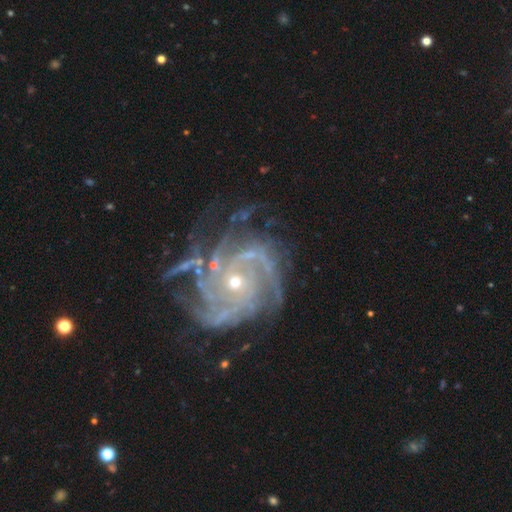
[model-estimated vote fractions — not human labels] smooth-or-featured: featured or disk: 91% | star or artifact: 7% | smooth: 3%
  disk-edge-on: no: 98% | yes: 2%
    bar: no: 76% | weak: 17% | strong: 7%
    has-spiral-arms: yes: 98% | no: 2%
      spiral-winding: tight: 63% | medium: 31% | loose: 6%
      spiral-arm-count: 4: 22% (tied) | 3: 22% (tied) | can't tell: 17% | 2: 16% | more than 4: 14% | 1: 8%
    bulge-size: small: 69% | moderate: 28% | large: 1% | none: 1% | dominant: 1%
  merging: none: 61% | minor disturbance: 20% | major disturbance: 15% | merger: 3%